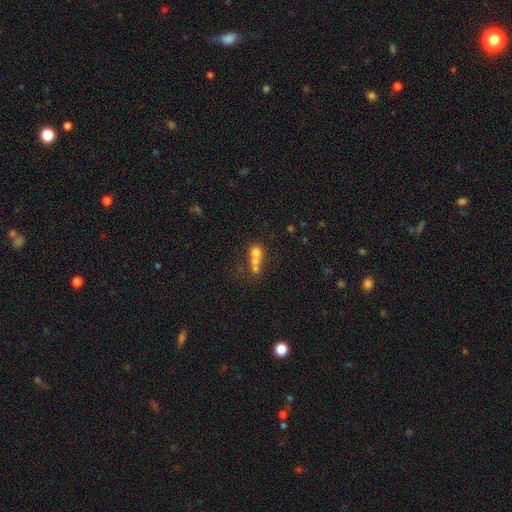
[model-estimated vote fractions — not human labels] smooth 62%, featured or disk 23%, star or artifact 15%. Down the decision tree: how rounded — round (73%); merging — merger (62%).